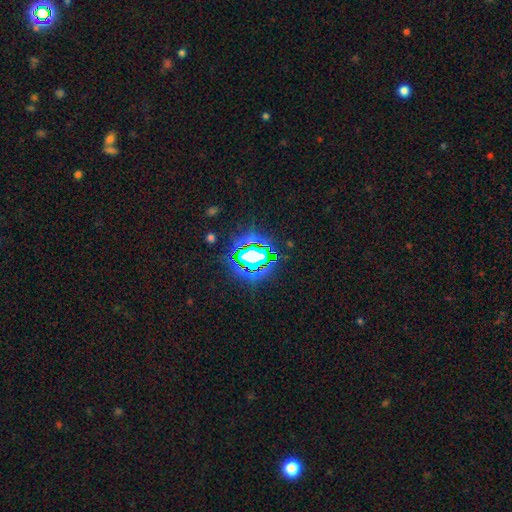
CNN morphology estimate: A star or artifact, not a galaxy (75%).

Vote fractions:
- Smooth or featured? star or artifact: 75% / smooth: 14% / featured or disk: 10%